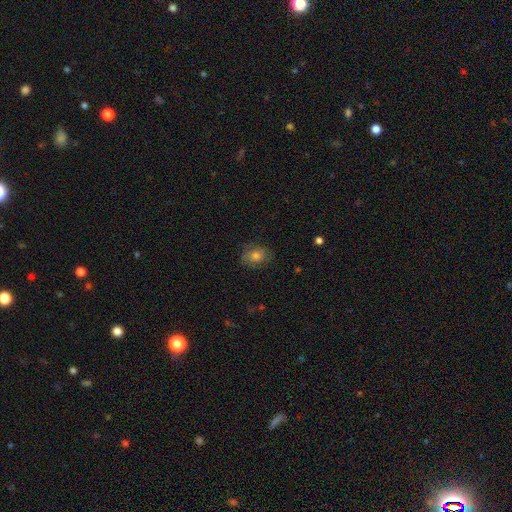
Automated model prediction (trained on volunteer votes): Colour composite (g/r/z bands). It shows a smooth galaxy with no disk features (61%) that is in between round and cigar-shaped (55%). Merging: none (77%).